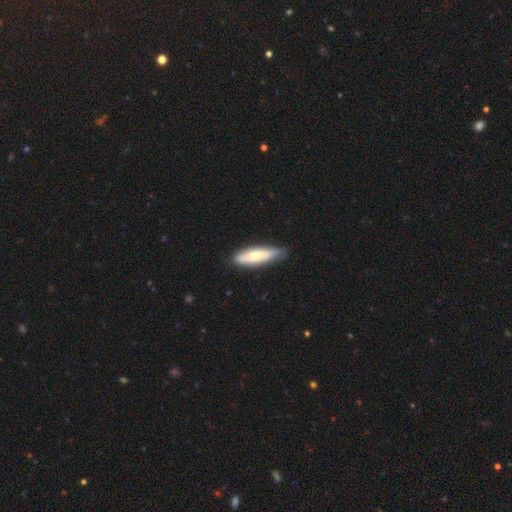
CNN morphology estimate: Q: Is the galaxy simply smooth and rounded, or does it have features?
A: smooth — 61%.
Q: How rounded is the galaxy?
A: cigar-shaped — 58%.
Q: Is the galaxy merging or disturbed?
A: none — 74%.